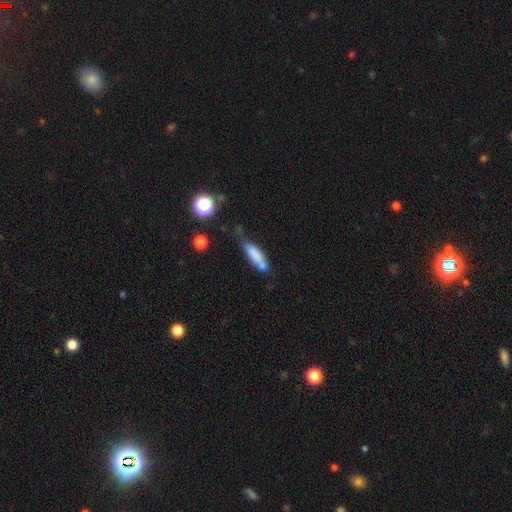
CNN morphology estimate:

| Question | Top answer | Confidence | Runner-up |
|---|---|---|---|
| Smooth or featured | smooth | 72% | featured or disk (20%) |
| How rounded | cigar-shaped | 60% | in between (38%) |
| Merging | none | 33% | minor disturbance (32%) |